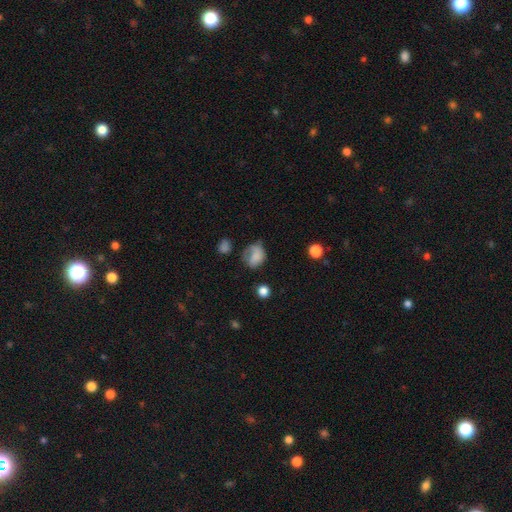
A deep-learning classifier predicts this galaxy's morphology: Smooth or featured? smooth (71%)
How rounded? in between (55%)
Merging? none (36%)